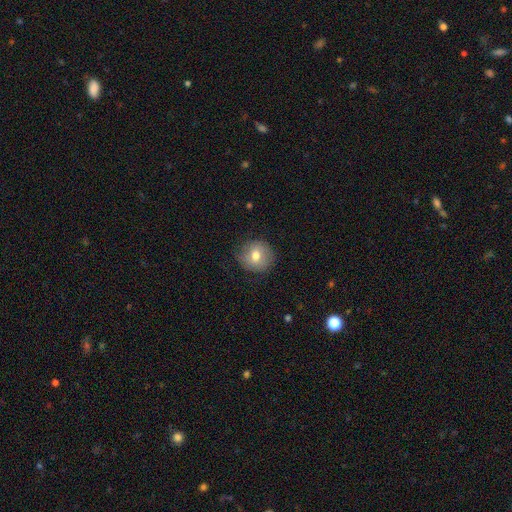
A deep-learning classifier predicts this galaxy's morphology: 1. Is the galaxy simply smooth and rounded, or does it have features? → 70% smooth, 21% featured or disk, 9% star or artifact.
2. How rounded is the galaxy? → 88% round, 11% in between, 1% cigar-shaped.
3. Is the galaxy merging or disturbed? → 80% none, 15% minor disturbance, 4% major disturbance, 1% merger.